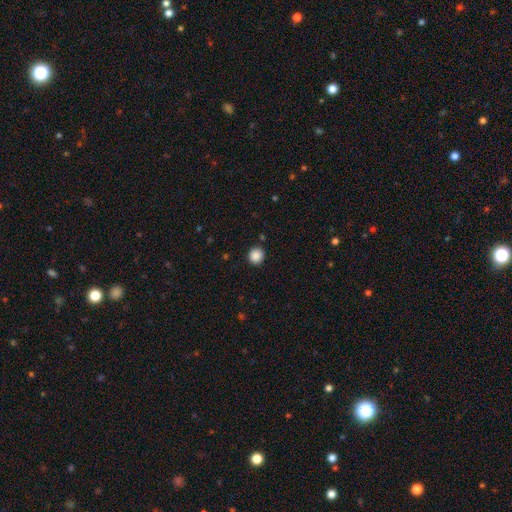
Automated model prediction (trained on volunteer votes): Q: Smooth or featured?
A: smooth (88%); runner-up: star or artifact (10%)
Q: How rounded?
A: round (90%); runner-up: in between (10%)
Q: Merging?
A: none (90%); runner-up: minor disturbance (6%)